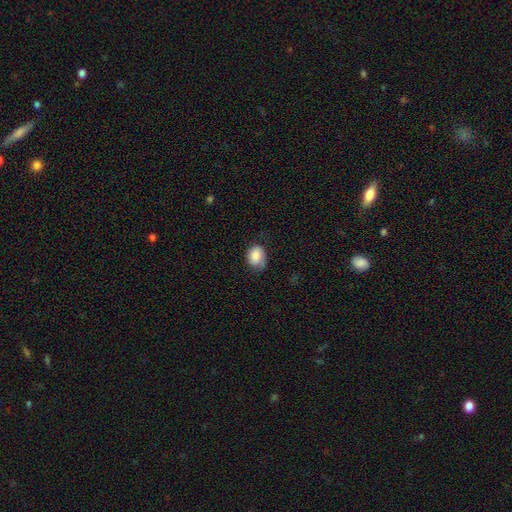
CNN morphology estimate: This is likely a smooth galaxy (79%). How rounded: possibly in between (57%). Merging: possibly none (56%).